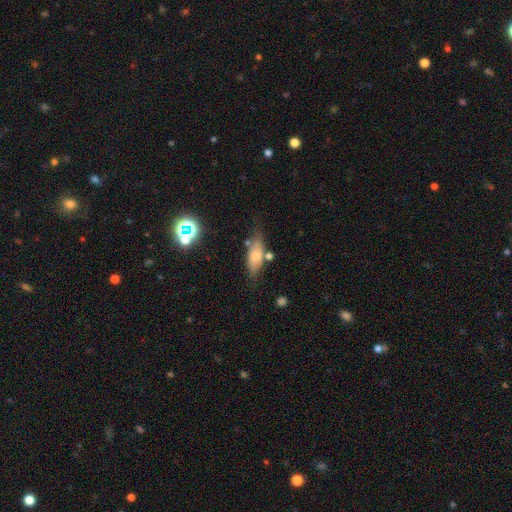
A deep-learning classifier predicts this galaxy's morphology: Q: Smooth or featured?
A: smooth (63%); runner-up: featured or disk (27%)
Q: How rounded?
A: in between (70%); runner-up: cigar-shaped (26%)
Q: Merging?
A: none (63%); runner-up: minor disturbance (21%)